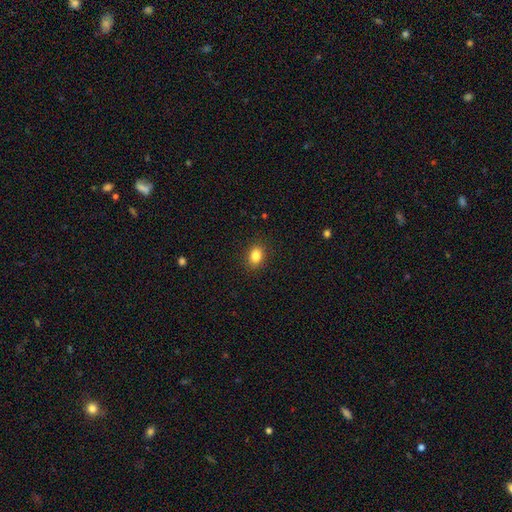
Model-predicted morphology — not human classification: Q: Smooth or featured?
A: smooth (85%); runner-up: star or artifact (10%)
Q: How rounded?
A: in between (66%); runner-up: round (33%)
Q: Merging?
A: none (89%); runner-up: minor disturbance (8%)